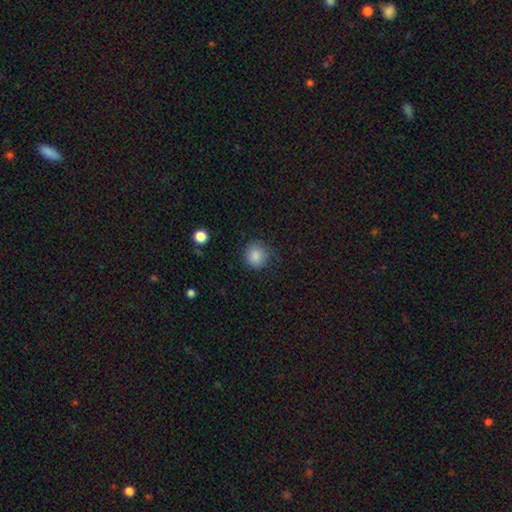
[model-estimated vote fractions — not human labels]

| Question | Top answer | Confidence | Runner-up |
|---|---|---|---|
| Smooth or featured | smooth | 86% | star or artifact (9%) |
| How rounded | round | 90% | in between (9%) |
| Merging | none | 78% | minor disturbance (16%) |